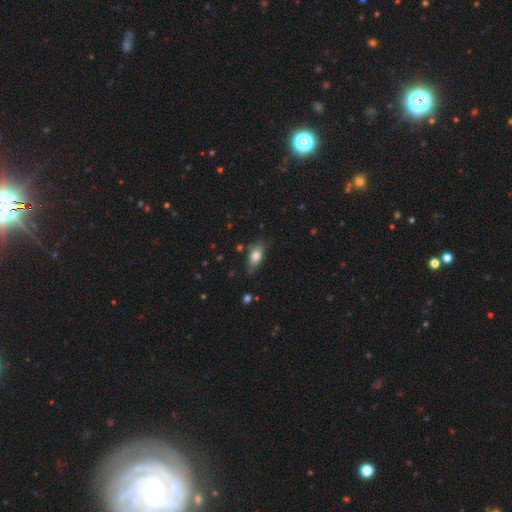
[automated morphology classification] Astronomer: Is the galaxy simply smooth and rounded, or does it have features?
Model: smooth — 77%.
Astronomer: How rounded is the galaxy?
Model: in between — 85%.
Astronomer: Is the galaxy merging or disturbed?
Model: none — 71%.